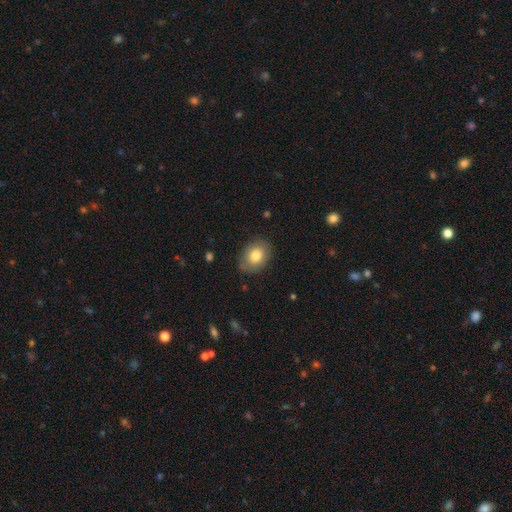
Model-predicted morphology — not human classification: smooth-or-featured: smooth: 79% | featured or disk: 13% | star or artifact: 8%
  how-rounded: in between: 66% | round: 33% | cigar-shaped: 1%
  merging: none: 83% | minor disturbance: 13% | major disturbance: 3% | merger: 1%